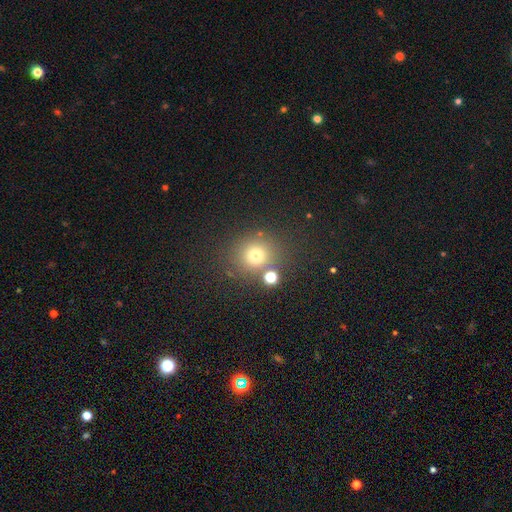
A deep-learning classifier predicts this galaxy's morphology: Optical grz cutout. It shows a smooth galaxy with no disk features (71%) that is round (89%). Merging: none (78%).